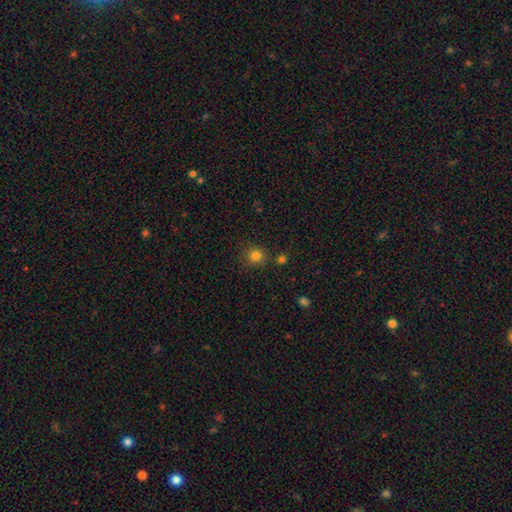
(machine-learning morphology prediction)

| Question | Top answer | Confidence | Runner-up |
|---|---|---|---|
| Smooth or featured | smooth | 81% | star or artifact (14%) |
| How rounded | round | 91% | in between (8%) |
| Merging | none | 84% | minor disturbance (8%) |